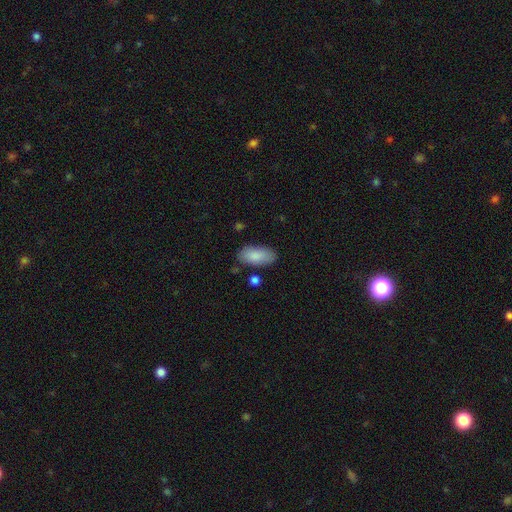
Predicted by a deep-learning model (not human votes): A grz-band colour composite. It shows a smooth galaxy with no disk features (87%) that is in between round and cigar-shaped (91%). Merging: none (77%).